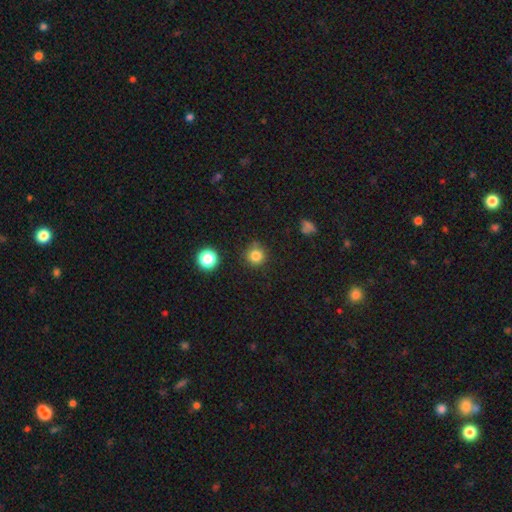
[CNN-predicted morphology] smooth 81%, star or artifact 14%, featured or disk 5%. Down the decision tree: how rounded — round (93%); merging — none (82%).